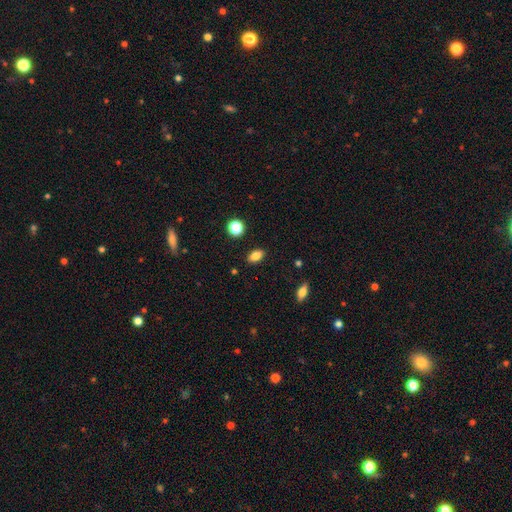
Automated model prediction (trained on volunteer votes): Smooth or featured?
  - smooth: 84% *
  - star or artifact: 10%
  - featured or disk: 6%
How rounded?
  - in between: 86% *
  - round: 10%
  - cigar-shaped: 4%
Merging?
  - none: 88% *
  - minor disturbance: 8%
  - major disturbance: 2%
  - merger: 1%